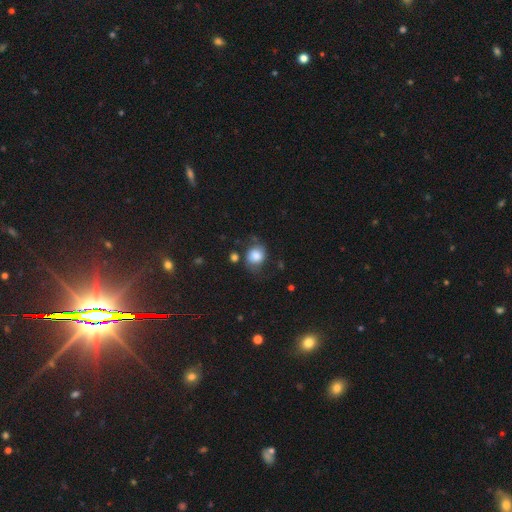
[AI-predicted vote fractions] Smooth or featured: smooth — 78% (featured or disk — 13%)
How rounded: round — 63% (in between — 36%)
Merging: none — 61% (minor disturbance — 24%)